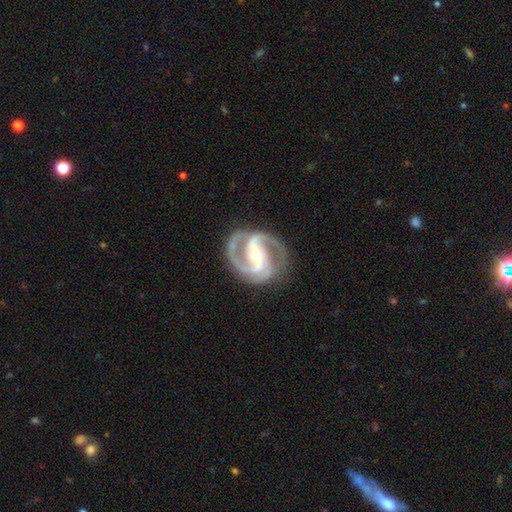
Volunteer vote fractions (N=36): Morphology: type=featured or disk (94%); edge-on=no (100%); bar=strong (62%); spiral arms=yes (94%); winding=medium (62%); arm count=2 (81%); bulge=moderate (62%); merging=none (69%).